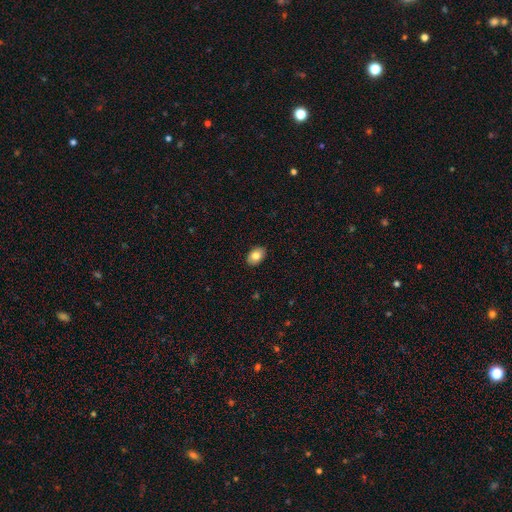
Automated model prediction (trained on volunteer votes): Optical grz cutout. It shows a smooth galaxy with no disk features (81%) that is in between round and cigar-shaped (82%). Merging: none (89%).